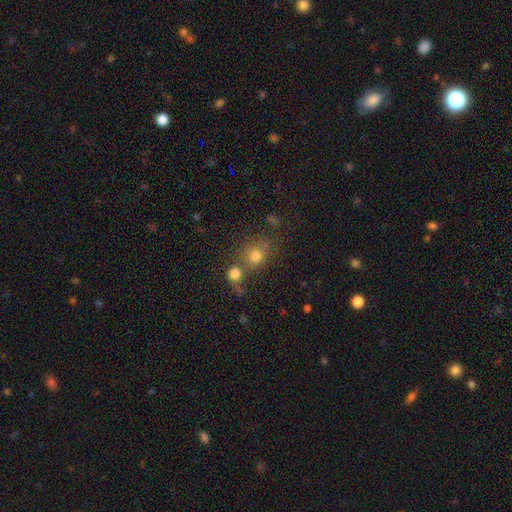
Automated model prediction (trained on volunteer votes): Smooth or featured? smooth (76%)
How rounded? round (83%)
Merging? none (55%)